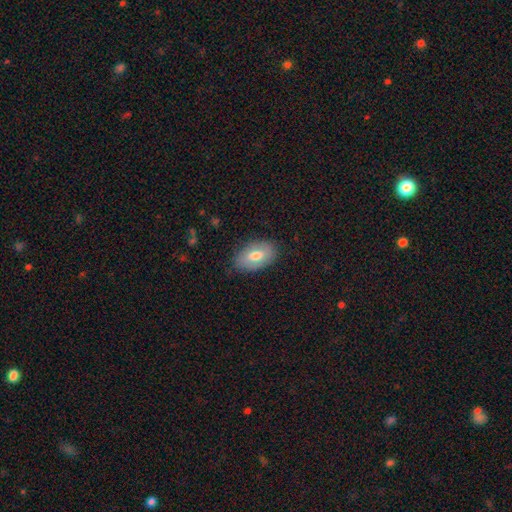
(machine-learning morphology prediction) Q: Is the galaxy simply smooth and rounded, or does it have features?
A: smooth — 70%.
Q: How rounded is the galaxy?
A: in between — 93%.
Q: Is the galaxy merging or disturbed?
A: none — 81%.